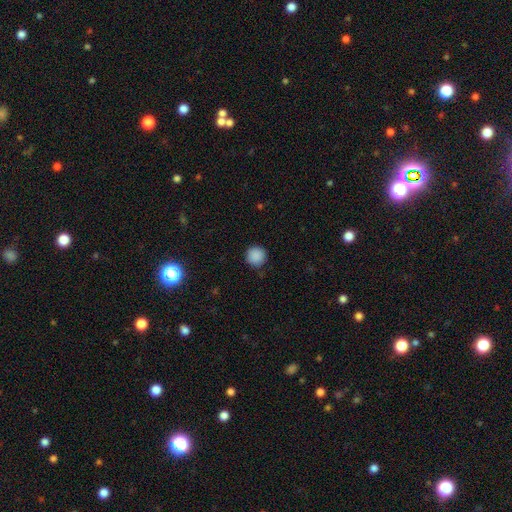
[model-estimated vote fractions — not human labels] smooth-or-featured: smooth: 88% | star or artifact: 9% | featured or disk: 3%
  how-rounded: round: 95% | in between: 4% | cigar-shaped: 1%
  merging: none: 88% | minor disturbance: 9% | major disturbance: 2% | merger: 1%